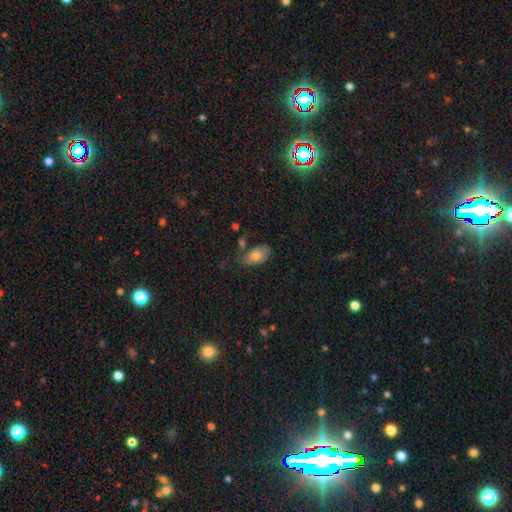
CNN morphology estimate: This is likely a smooth galaxy (76%). How rounded: clearly in between (92%). Merging: possibly none (46%).